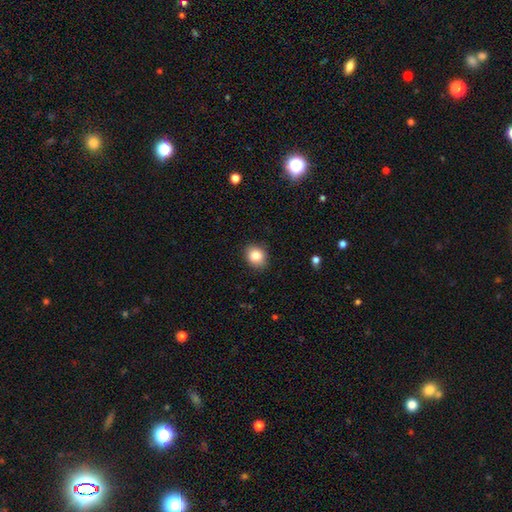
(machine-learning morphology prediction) Smooth or featured? smooth (84%)
How rounded? round (65%)
Merging? none (88%)